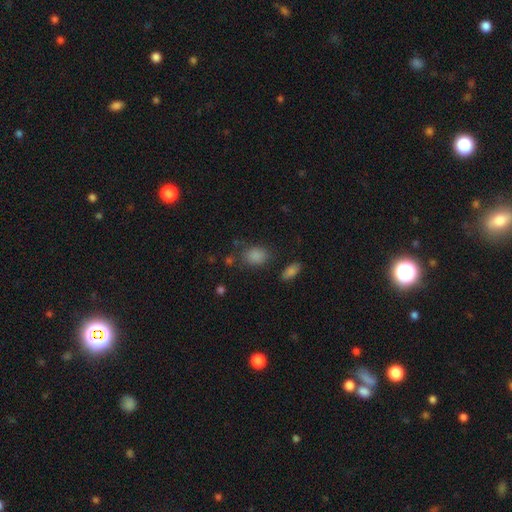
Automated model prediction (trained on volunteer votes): smooth 84%, star or artifact 11%, featured or disk 5%. Down the decision tree: how rounded — in between (66%); merging — none (71%).